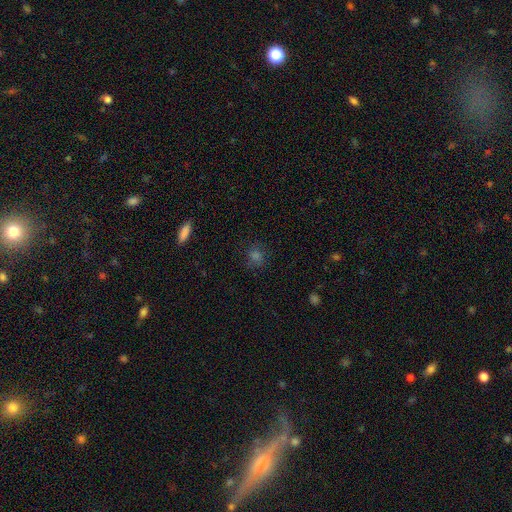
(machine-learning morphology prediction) Q: Smooth or featured?
A: smooth (66%); runner-up: star or artifact (24%)
Q: How rounded?
A: round (76%); runner-up: in between (22%)
Q: Merging?
A: none (82%); runner-up: minor disturbance (12%)